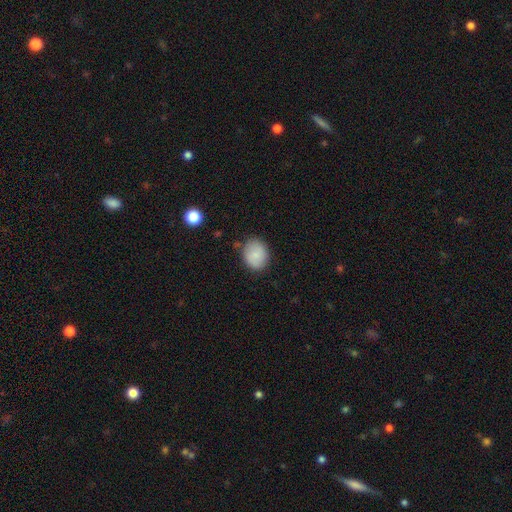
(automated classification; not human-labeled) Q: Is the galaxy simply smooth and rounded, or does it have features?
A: smooth — 83%.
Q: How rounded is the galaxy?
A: round — 63%.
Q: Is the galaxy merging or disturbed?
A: none — 81%.